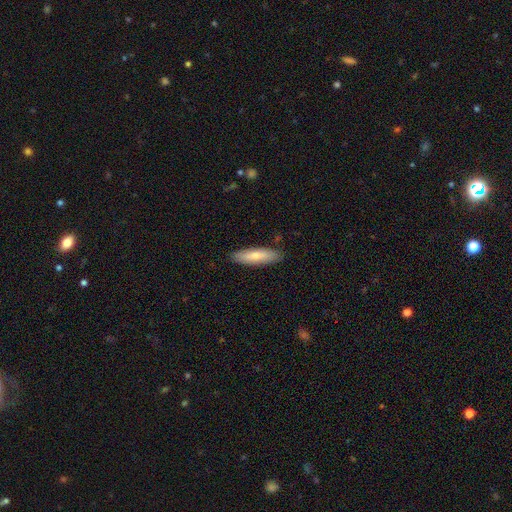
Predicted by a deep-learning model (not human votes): smooth 73%, featured or disk 21%, star or artifact 6%. Down the decision tree: how rounded — cigar-shaped (65%); merging — none (87%).